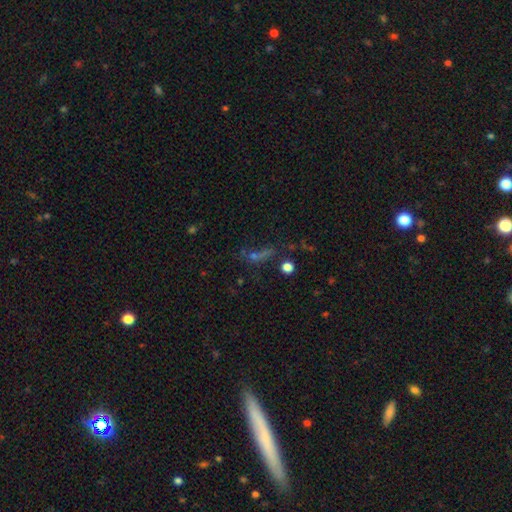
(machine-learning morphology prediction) smooth_or_featured: star or artifact (p=0.44) [alt: smooth p=0.34]